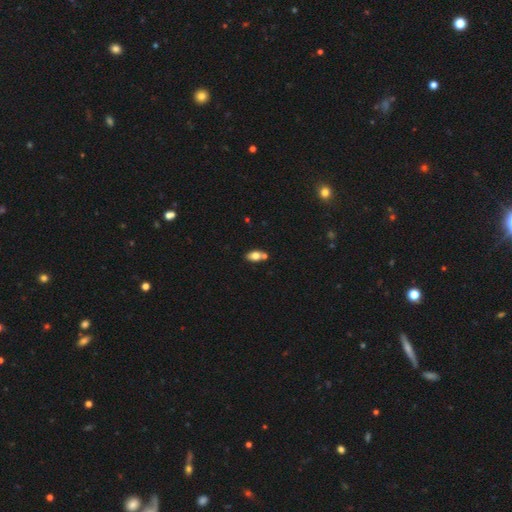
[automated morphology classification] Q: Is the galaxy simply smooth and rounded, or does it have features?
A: smooth — 76%.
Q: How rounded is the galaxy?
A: in between — 87%.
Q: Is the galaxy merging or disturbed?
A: none — 58%.